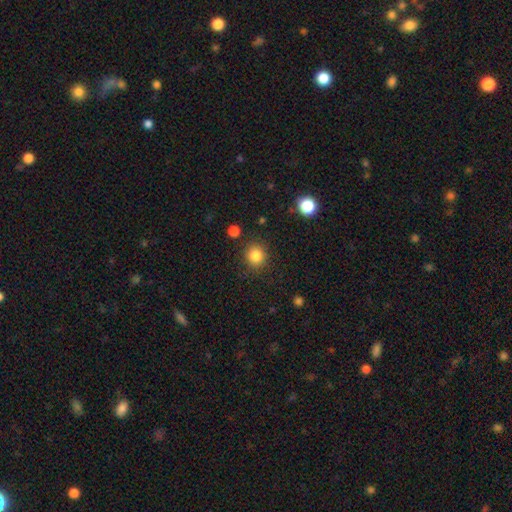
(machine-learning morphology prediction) smooth-or-featured: smooth: 85% | star or artifact: 11% | featured or disk: 4%
  how-rounded: round: 90% | in between: 9% | cigar-shaped: 1%
  merging: none: 87% | minor disturbance: 8% | major disturbance: 3% | merger: 2%